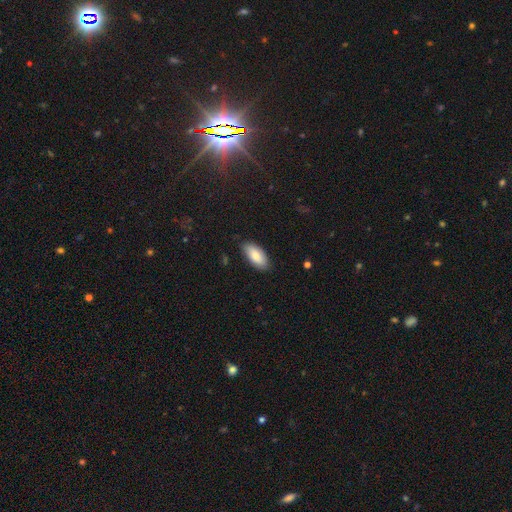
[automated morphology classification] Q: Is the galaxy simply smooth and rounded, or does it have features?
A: smooth — 82%.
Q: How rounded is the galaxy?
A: in between — 92%.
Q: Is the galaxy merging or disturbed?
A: none — 83%.